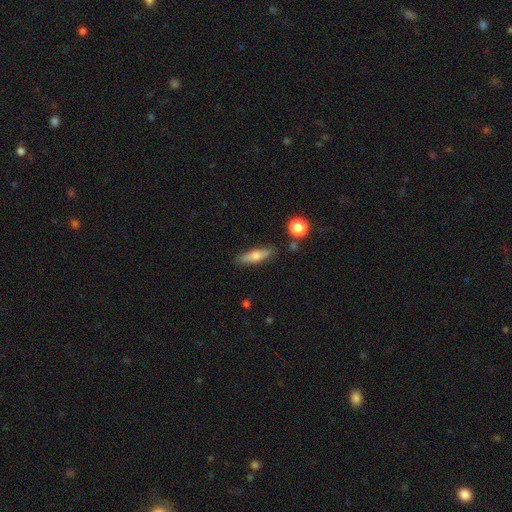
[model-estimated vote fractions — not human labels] Morphology: type=smooth (58%); roundness=cigar-shaped (64%); merging=none (84%).